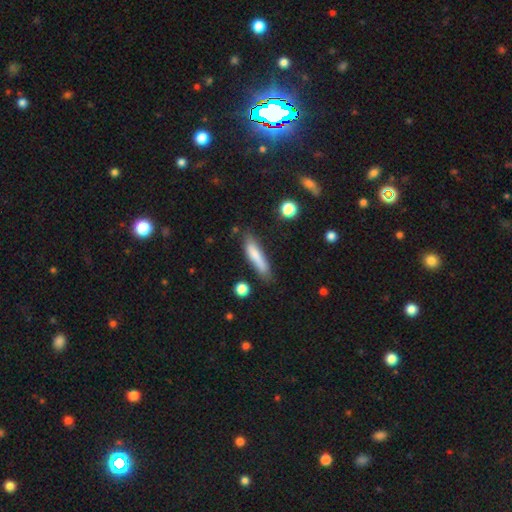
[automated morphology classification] type=smooth (77%); roundness=cigar-shaped (81%); merging=none (74%).